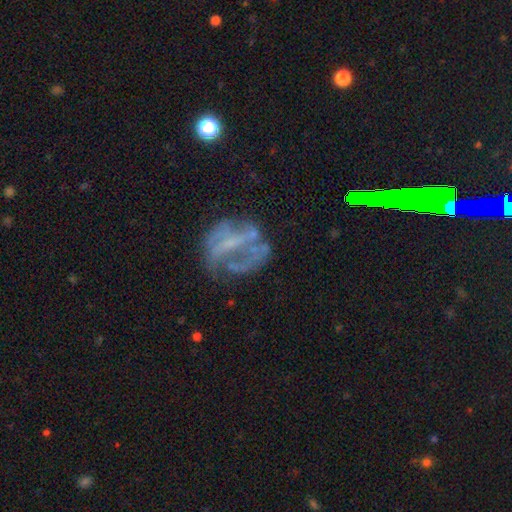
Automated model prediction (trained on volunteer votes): Q: Smooth or featured?
A: featured or disk (67%); runner-up: smooth (20%)
Q: Edge-on disk?
A: no (97%); runner-up: yes (3%)
Q: Bar?
A: no (42%); runner-up: weak (33%)
Q: Spiral arms?
A: no (59%); runner-up: yes (41%)
Q: Bulge size?
A: none (55%); runner-up: small (27%)
Q: Merging?
A: none (42%); runner-up: major disturbance (32%)